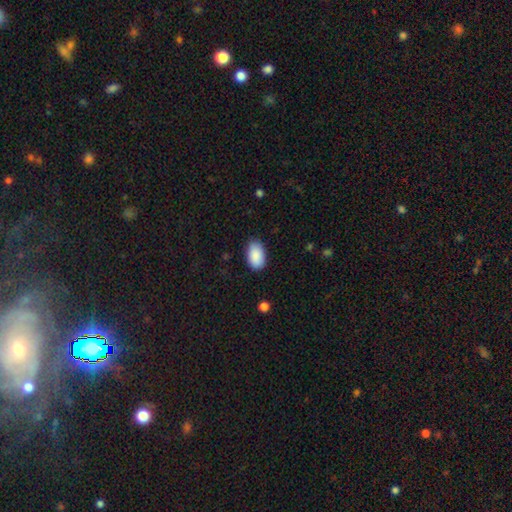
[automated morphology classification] A smooth galaxy with no disk features (90%) that is in between round and cigar-shaped (94%). Merging: none (84%).